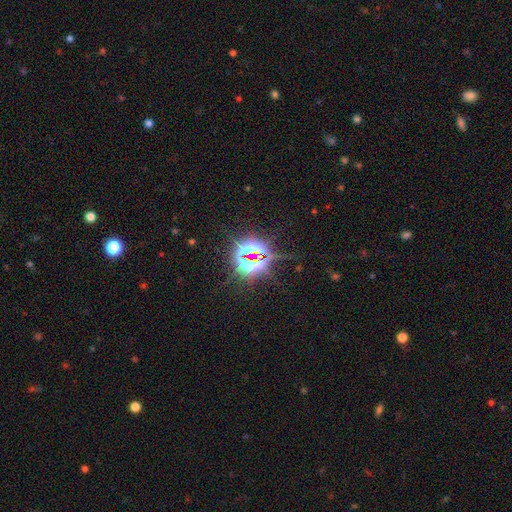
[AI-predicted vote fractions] Q: Smooth or featured?
A: star or artifact (79%); runner-up: smooth (11%)